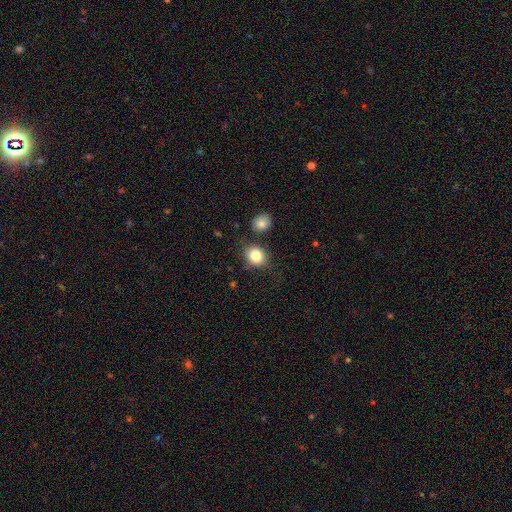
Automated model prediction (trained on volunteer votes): Smooth or featured? smooth (82%)
How rounded? round (65%)
Merging? none (72%)